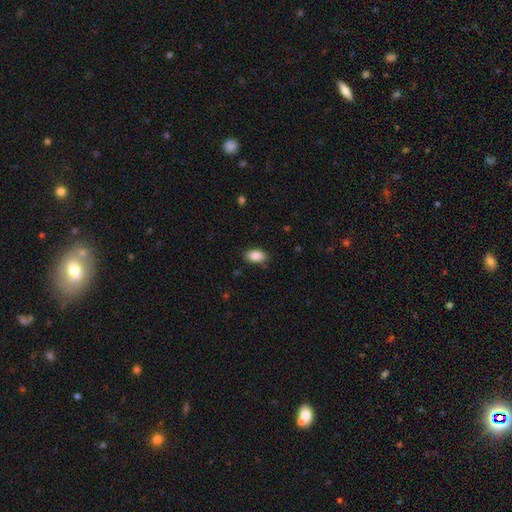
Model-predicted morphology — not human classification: smooth-or-featured: smooth: 88% | star or artifact: 7% | featured or disk: 5%
  how-rounded: in between: 91% | round: 7% | cigar-shaped: 2%
  merging: none: 83% | minor disturbance: 13% | major disturbance: 3% | merger: 1%